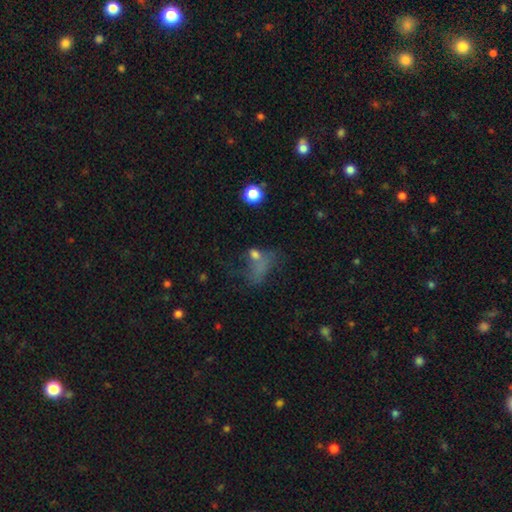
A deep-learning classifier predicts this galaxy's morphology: smooth-or-featured: smooth: 43% | star or artifact: 32% | featured or disk: 25%
  merging: major disturbance: 37% | none: 32% | minor disturbance: 18% | merger: 12%